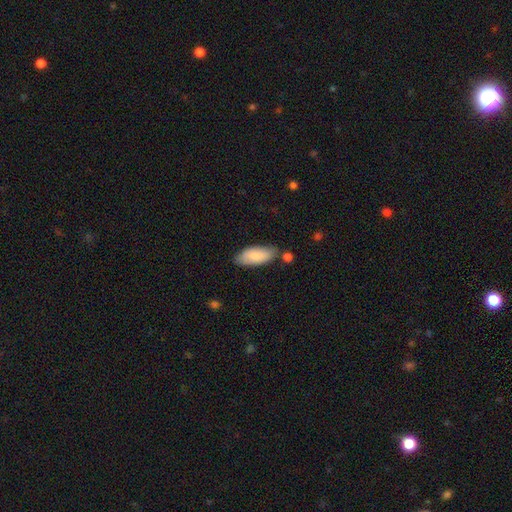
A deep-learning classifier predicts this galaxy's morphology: type=smooth (83%); roundness=in between (82%); merging=none (74%).